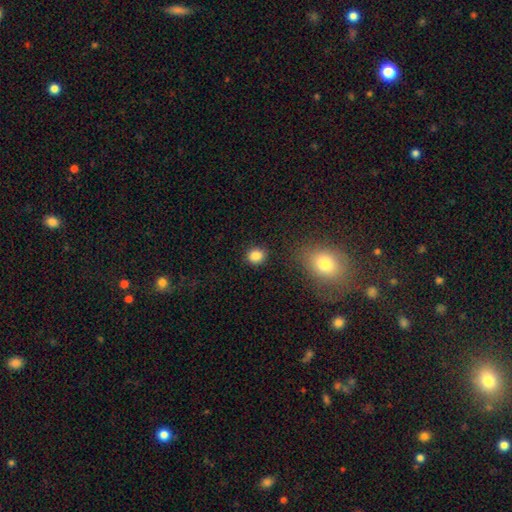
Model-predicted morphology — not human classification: The model was most divided on "how rounded": round: 78%, in between: 21%, cigar-shaped: 1%. More confident: merging — none (87%); smooth or featured — smooth (86%).